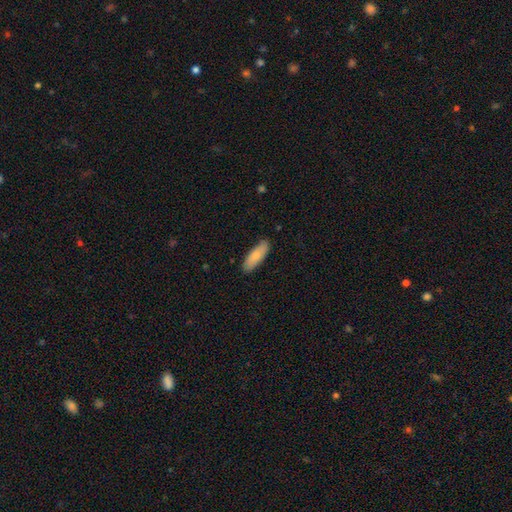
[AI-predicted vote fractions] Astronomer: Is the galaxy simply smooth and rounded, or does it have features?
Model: smooth — 82%.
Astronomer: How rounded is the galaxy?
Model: in between — 59% (runner-up: cigar-shaped, 39%).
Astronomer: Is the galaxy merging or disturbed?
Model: none — 87%.